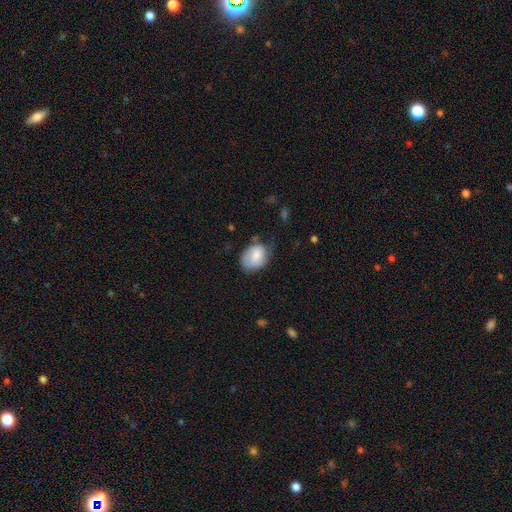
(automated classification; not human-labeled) A smooth galaxy with no disk features (74%) that is in between round and cigar-shaped (70%).

Vote fractions:
- Smooth or featured? smooth: 74% / featured or disk: 19% / star or artifact: 7%
- How rounded? in between: 70% / round: 29% / cigar-shaped: 1%
- Merging? none: 46% / minor disturbance: 36% / major disturbance: 15% / merger: 3%